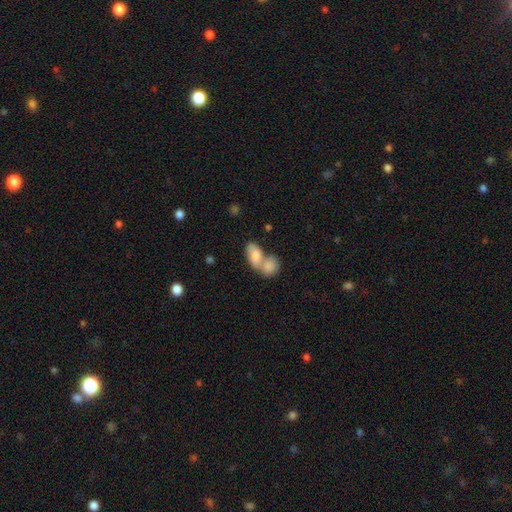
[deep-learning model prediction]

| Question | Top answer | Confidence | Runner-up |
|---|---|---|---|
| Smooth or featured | smooth | 77% | featured or disk (16%) |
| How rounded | in between | 88% | round (9%) |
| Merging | merger | 71% | none (19%) |